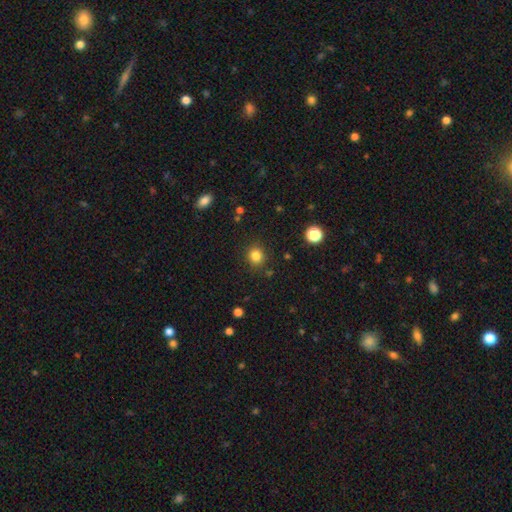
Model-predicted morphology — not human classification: This appears to be a smooth galaxy with no disk features (83%) that is round (87%). Merging: none (87%).